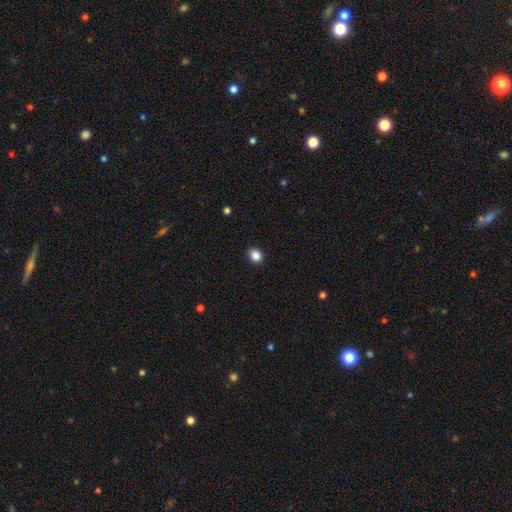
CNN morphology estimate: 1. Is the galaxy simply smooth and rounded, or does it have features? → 87% smooth, 10% star or artifact, 4% featured or disk.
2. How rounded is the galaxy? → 56% round, 43% in between, 1% cigar-shaped.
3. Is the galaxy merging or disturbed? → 90% none, 7% minor disturbance, 2% major disturbance, 1% merger.